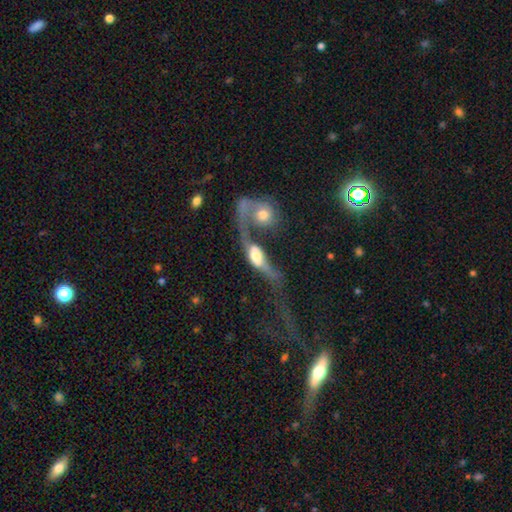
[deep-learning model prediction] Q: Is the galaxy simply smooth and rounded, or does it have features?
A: featured or disk — 59%.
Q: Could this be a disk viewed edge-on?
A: no — 70%.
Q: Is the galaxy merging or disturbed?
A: merger — 73%.